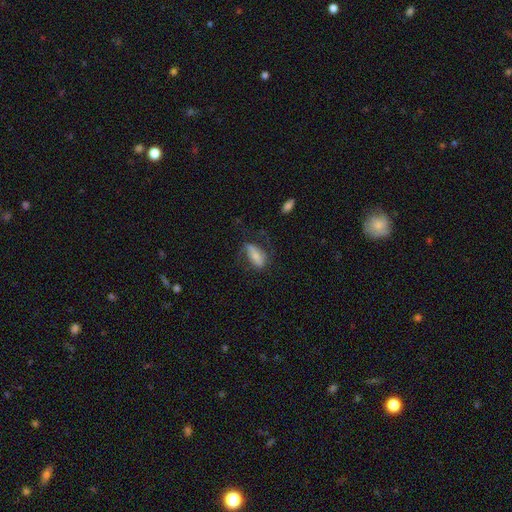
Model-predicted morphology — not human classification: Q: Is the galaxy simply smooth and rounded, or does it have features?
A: smooth — 50%.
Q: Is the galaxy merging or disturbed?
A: none — 50%.